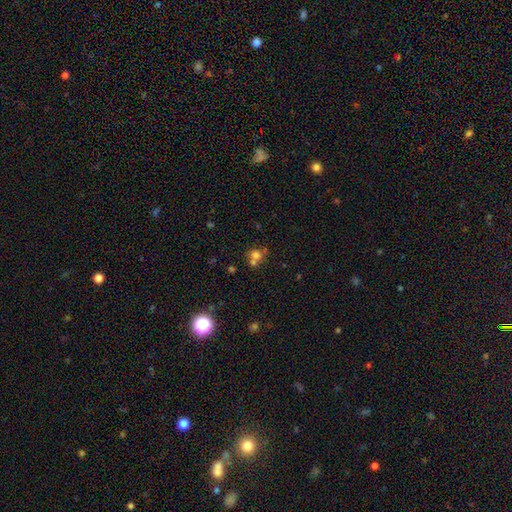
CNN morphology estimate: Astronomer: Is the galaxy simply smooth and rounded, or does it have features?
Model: smooth — 67%.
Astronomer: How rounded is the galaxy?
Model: round — 81%.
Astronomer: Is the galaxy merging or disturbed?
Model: merger — 45% (runner-up: none, 43%).